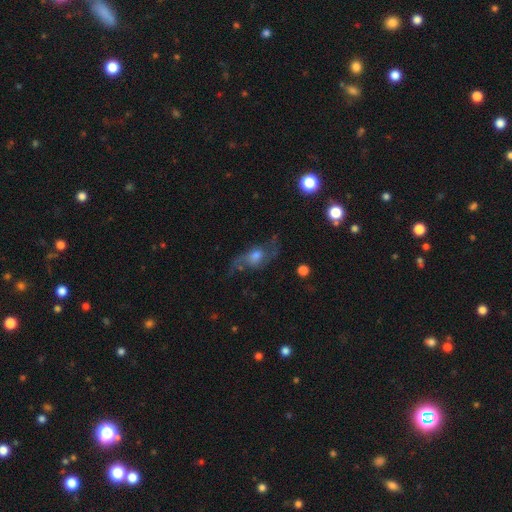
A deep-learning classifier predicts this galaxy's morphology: Q: Smooth or featured?
A: featured or disk (63%); runner-up: smooth (27%)
Q: Edge-on disk?
A: no (86%); runner-up: yes (14%)
Q: Bar?
A: no (67%); runner-up: weak (28%)
Q: Spiral arms?
A: yes (81%); runner-up: no (19%)
Q: Bulge size?
A: moderate (55%); runner-up: small (20%)
Q: Merging?
A: none (54%); runner-up: minor disturbance (23%)